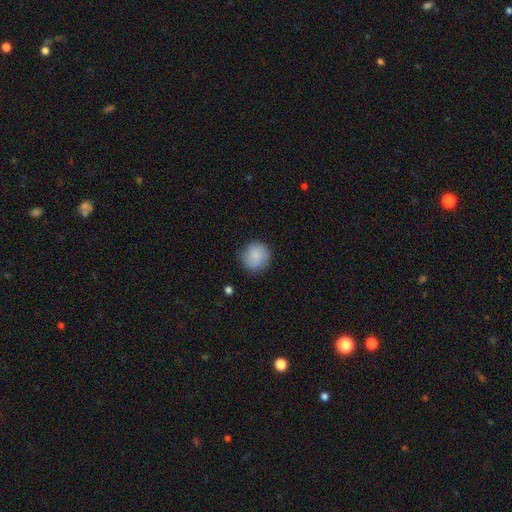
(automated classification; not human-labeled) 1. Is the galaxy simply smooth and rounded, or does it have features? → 84% smooth, 9% featured or disk, 7% star or artifact.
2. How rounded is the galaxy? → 91% round, 8% in between, 1% cigar-shaped.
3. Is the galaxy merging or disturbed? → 81% none, 14% minor disturbance, 4% major disturbance, 1% merger.